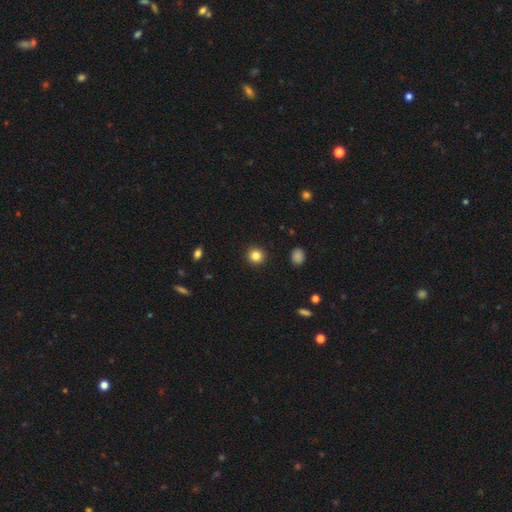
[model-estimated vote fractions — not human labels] Morphology: type=smooth (85%); roundness=round (93%); merging=none (92%).